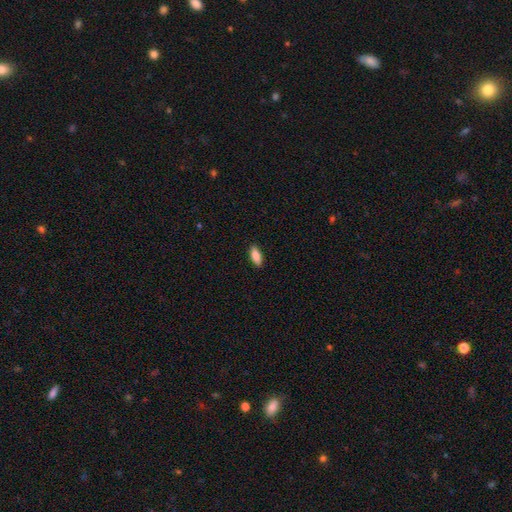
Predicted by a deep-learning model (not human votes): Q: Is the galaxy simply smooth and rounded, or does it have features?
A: smooth — 85%.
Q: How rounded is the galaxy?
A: in between — 79%.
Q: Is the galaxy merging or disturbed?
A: none — 90%.